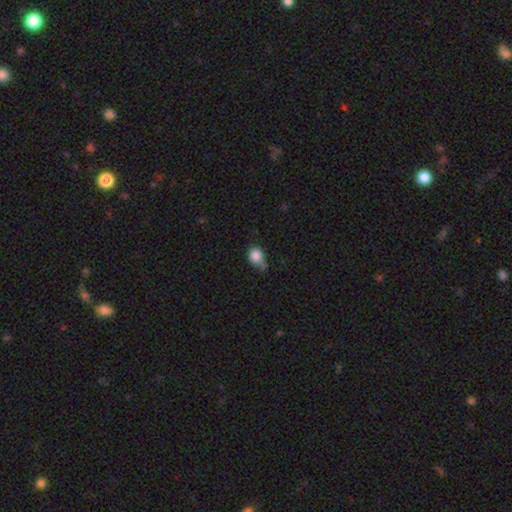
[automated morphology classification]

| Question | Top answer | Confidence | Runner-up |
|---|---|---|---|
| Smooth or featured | smooth | 84% | star or artifact (10%) |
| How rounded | round | 74% | in between (25%) |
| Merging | none | 45% | minor disturbance (31%) |